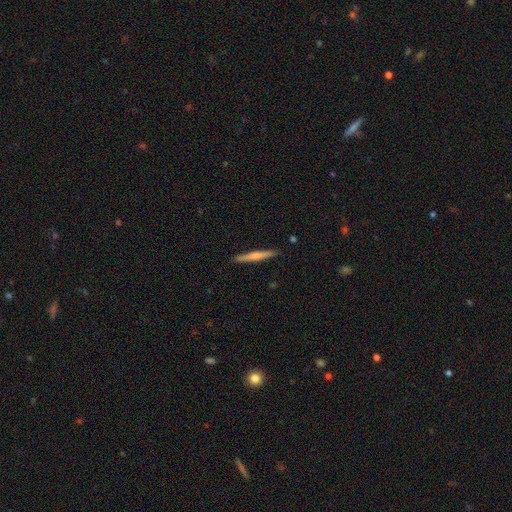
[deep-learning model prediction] Smooth or featured? Predicted: smooth (p=0.52). How rounded? Predicted: cigar-shaped (p=0.95). Merging? Predicted: none (p=0.91).